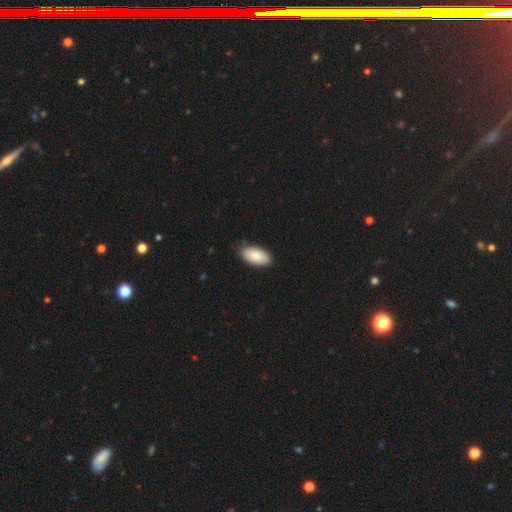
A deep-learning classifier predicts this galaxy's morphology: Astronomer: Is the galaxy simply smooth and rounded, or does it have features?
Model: smooth — 83%.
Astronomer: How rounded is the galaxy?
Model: in between — 95%.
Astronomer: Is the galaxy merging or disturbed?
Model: none — 85%.